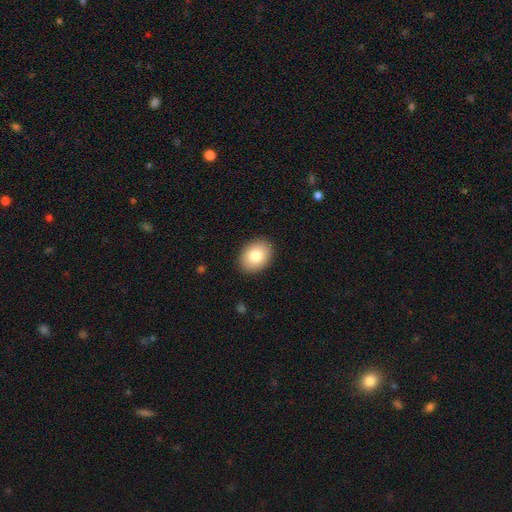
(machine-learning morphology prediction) The model was most divided on "how rounded": in between: 68%, round: 31%, cigar-shaped: 1%. More confident: merging — none (90%); smooth or featured — smooth (82%).